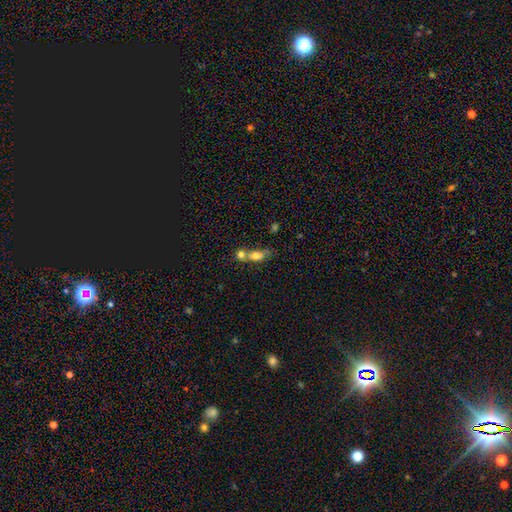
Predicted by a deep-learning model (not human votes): Smooth or featured? smooth (69%)
How rounded? in between (63%)
Merging? merger (62%)